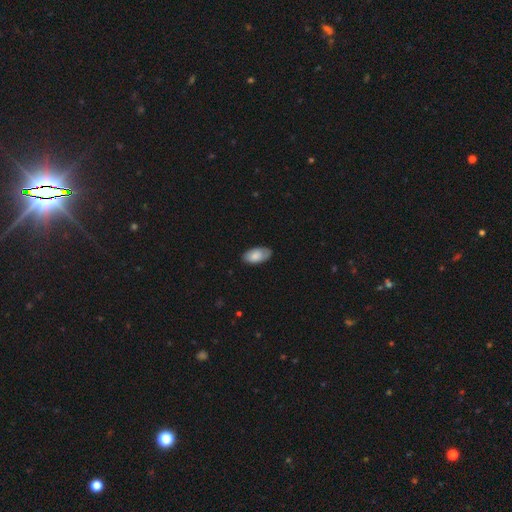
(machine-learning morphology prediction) A smooth galaxy with no disk features (79%) that is in between round and cigar-shaped (94%). Merging: none (77%).